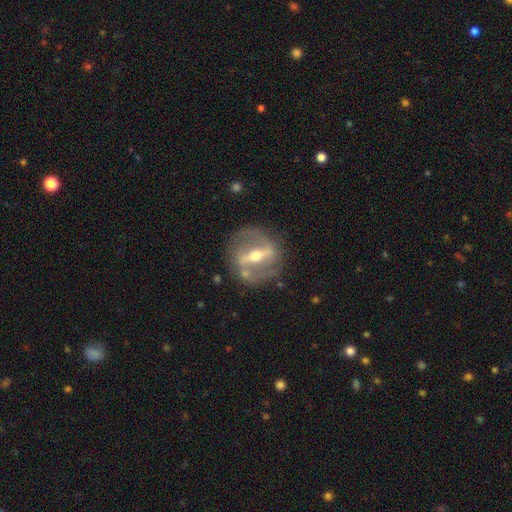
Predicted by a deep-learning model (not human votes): The model was most divided on "spiral arms": yes: 53%, no: 47%. More confident: smooth or featured — featured or disk (83%); edge-on disk — no (80%); merging — none (79%); bar — strong (79%); bulge size — moderate (67%).